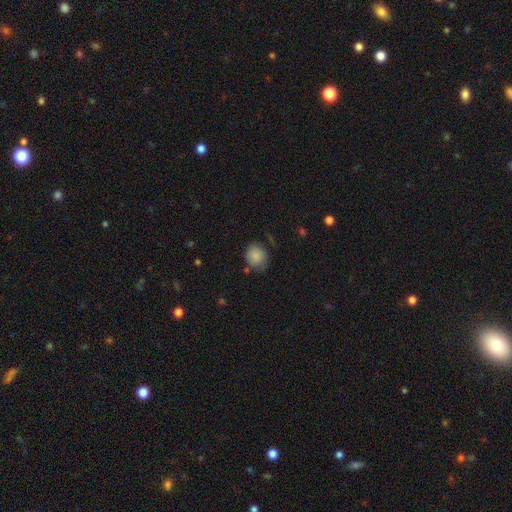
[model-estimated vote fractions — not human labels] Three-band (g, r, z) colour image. It shows a smooth galaxy with no disk features (87%) that is round (68%). Merging: none (74%).